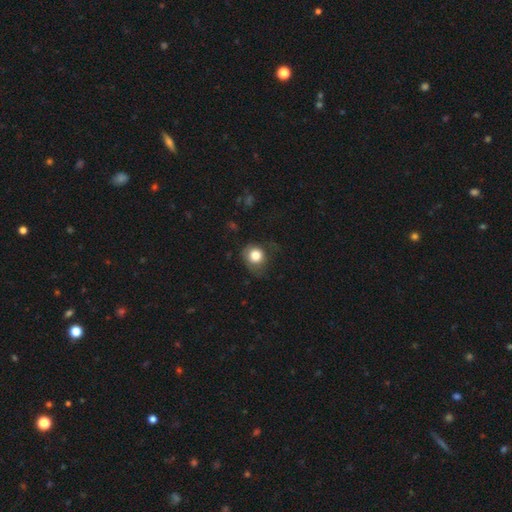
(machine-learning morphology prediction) Overall: smooth (80%). How rounded: round (76%). Merging: none (52%; minor disturbance 29%).